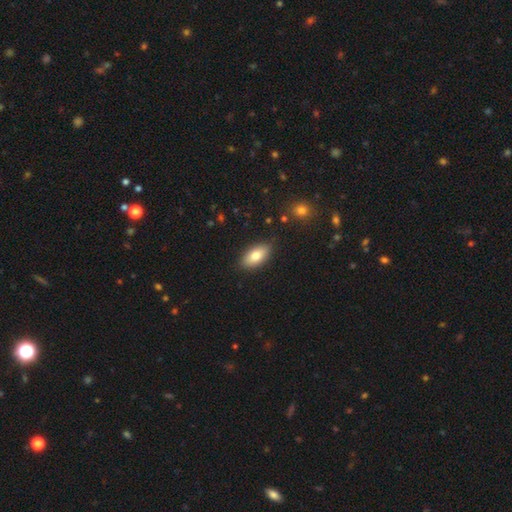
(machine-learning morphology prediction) Overall: smooth (78%). How rounded: in between (89%). Merging: none (86%).